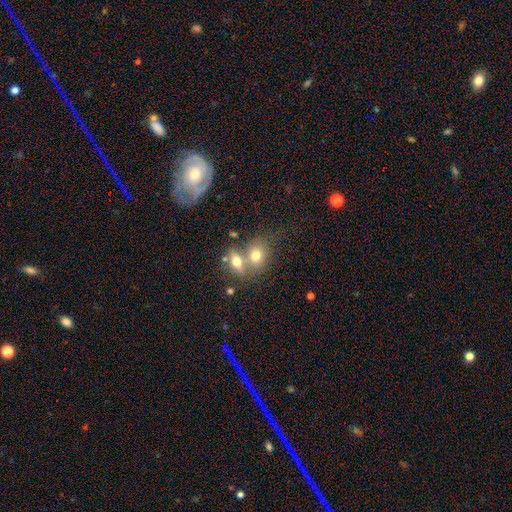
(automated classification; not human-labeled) Smooth or featured?
  - smooth: 72% *
  - featured or disk: 17%
  - star or artifact: 10%
How rounded?
  - in between: 53% *
  - round: 45%
  - cigar-shaped: 2%
Merging?
  - merger: 58% *
  - none: 29%
  - minor disturbance: 8%
  - major disturbance: 4%